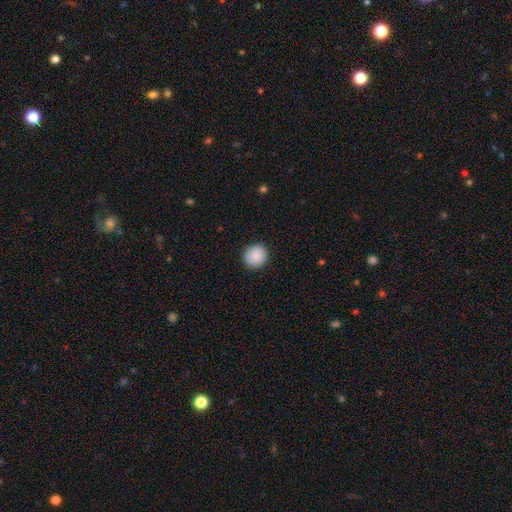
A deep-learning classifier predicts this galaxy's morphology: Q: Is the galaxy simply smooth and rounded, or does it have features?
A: smooth — 88%.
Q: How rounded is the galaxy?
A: round — 93%.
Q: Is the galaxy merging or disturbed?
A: none — 91%.